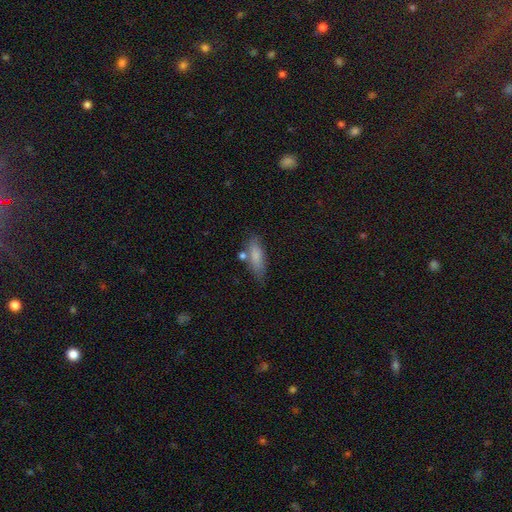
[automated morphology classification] This is clearly a smooth galaxy (81%). How rounded: possibly in between (56%). Merging: likely none (70%).